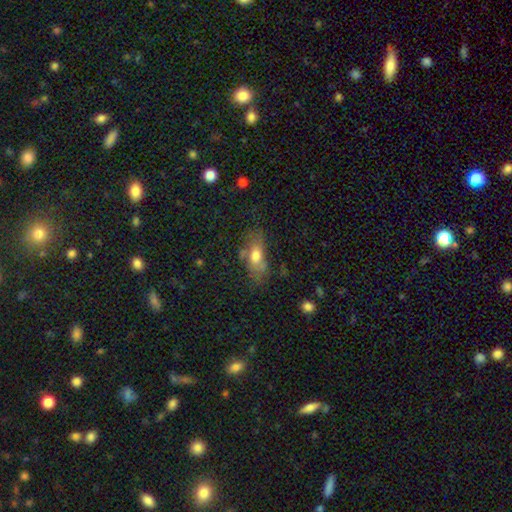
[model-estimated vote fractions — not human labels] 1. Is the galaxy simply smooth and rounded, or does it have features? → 60% smooth, 29% featured or disk, 11% star or artifact.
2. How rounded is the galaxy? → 80% in between, 13% cigar-shaped, 7% round.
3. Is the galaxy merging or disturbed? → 49% none, 27% minor disturbance, 20% major disturbance, 5% merger.